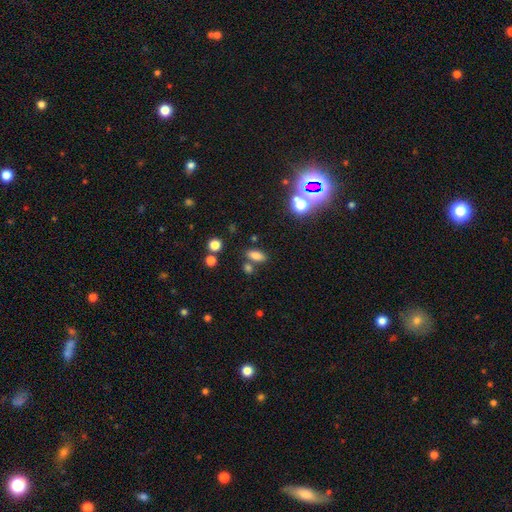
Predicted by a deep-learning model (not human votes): Smooth or featured? smooth (78%)
How rounded? in between (82%)
Merging? none (72%)